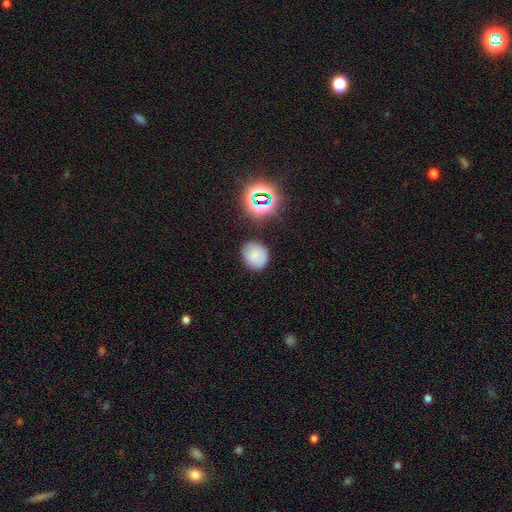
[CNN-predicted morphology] smooth 72%, star or artifact 16%, featured or disk 12%. Down the decision tree: how rounded — round (72%); merging — none (78%).